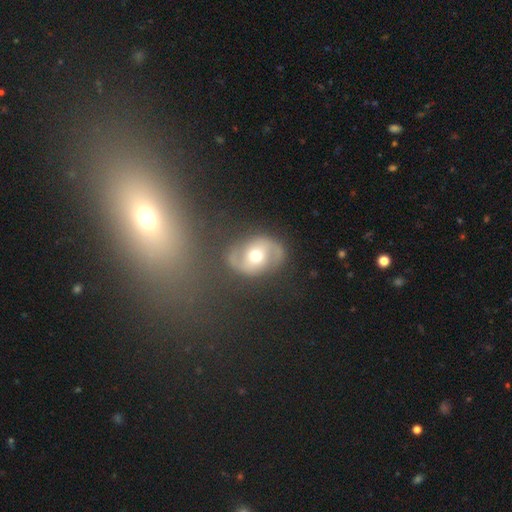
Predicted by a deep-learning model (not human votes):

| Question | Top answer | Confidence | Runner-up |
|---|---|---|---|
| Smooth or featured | featured or disk | 74% | smooth (18%) |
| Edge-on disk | no | 97% | yes (3%) |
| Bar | no | 51% | weak (33%) |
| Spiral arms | yes | 86% | no (14%) |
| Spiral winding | medium | 45% | loose (38%) |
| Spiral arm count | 2 | 91% | can't tell (4%) |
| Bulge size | moderate | 73% | small (19%) |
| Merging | none | 76% | minor disturbance (14%) |